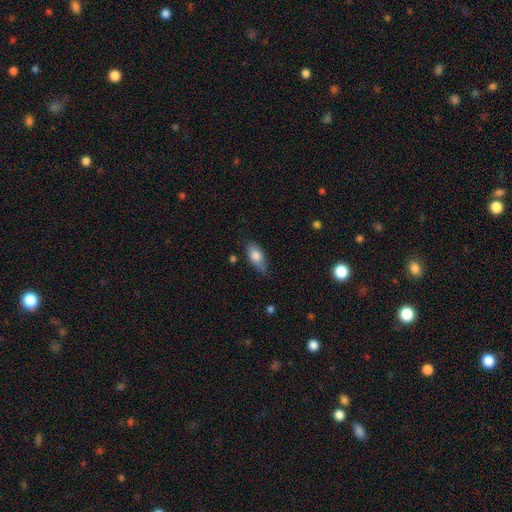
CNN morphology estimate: Q: Smooth or featured?
A: smooth (79%); runner-up: featured or disk (14%)
Q: How rounded?
A: in between (85%); runner-up: cigar-shaped (11%)
Q: Merging?
A: none (72%); runner-up: minor disturbance (22%)